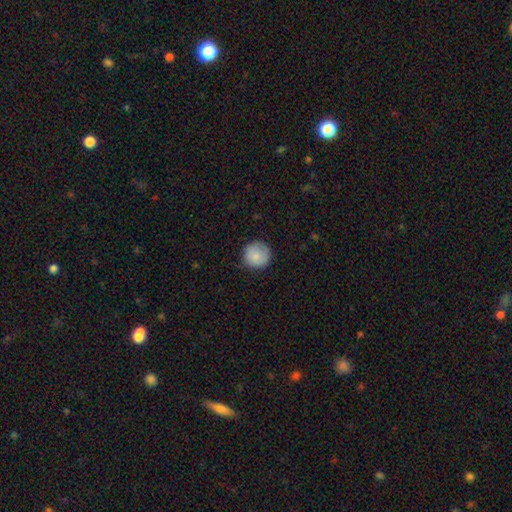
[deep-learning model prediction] Morphology: type=smooth (85%); roundness=round (94%); merging=none (82%).